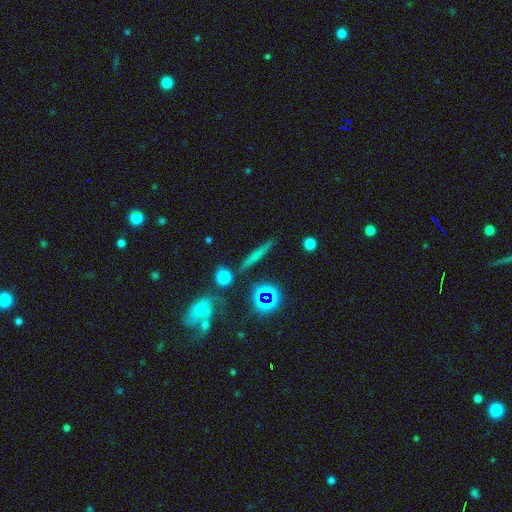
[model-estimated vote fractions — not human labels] smooth 58%, featured or disk 27%, star or artifact 14%. Down the decision tree: how rounded — cigar-shaped (86%); merging — none (84%).